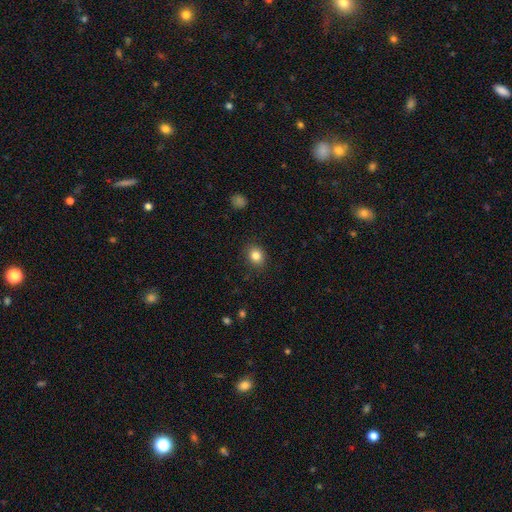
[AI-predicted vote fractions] Overall: smooth (83%). How rounded: round (62%; in between 37%). Merging: none (88%).